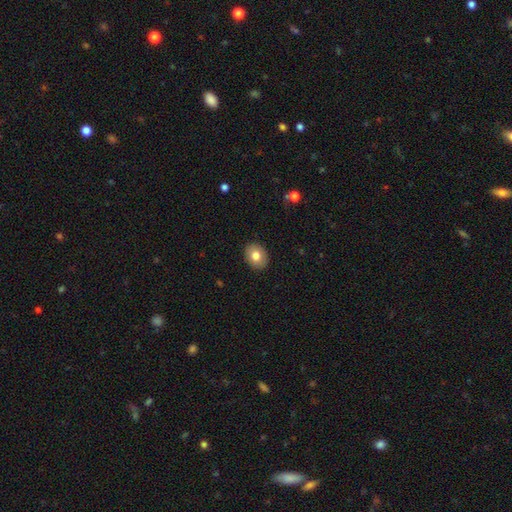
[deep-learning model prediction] Overall: smooth (79%). How rounded: in between (53%; round 46%). Merging: none (90%).